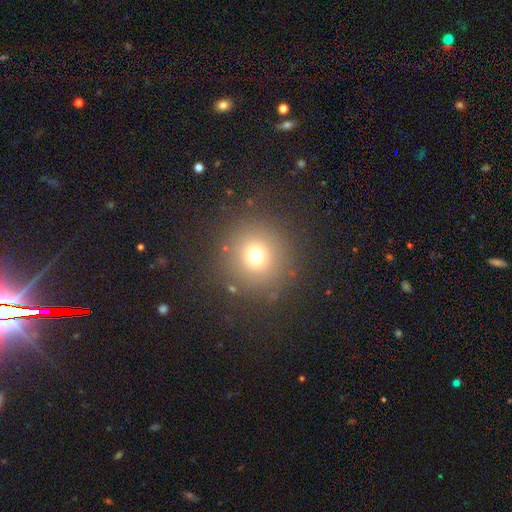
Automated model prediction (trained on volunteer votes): A smooth galaxy with no disk features (70%) that is round (94%). Merging: none (86%).